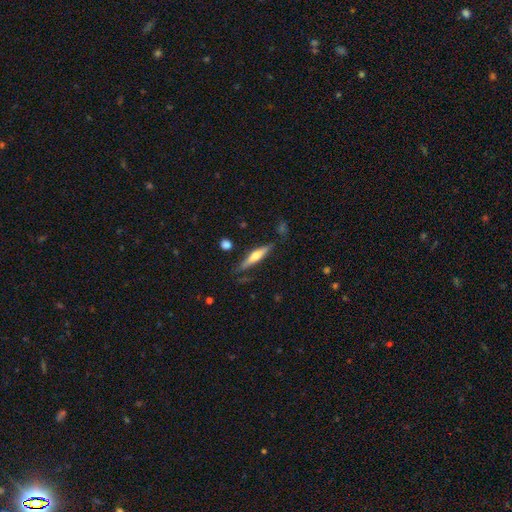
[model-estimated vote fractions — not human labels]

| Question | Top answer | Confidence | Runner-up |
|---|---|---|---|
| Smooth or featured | featured or disk | 56% | smooth (38%) |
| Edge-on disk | yes | 94% | no (6%) |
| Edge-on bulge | rounded | 89% | none (7%) |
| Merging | none | 79% | minor disturbance (14%) |